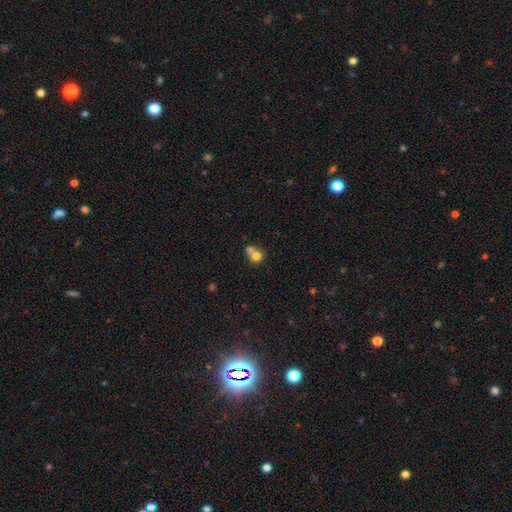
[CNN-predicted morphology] Smooth or featured? Predicted: smooth (p=0.74). How rounded? Predicted: round (p=0.77). Merging? Predicted: merger (p=0.52).